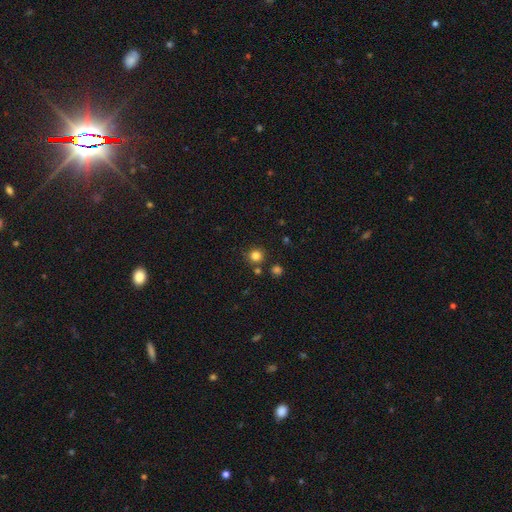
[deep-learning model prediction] This appears to be a smooth galaxy with no disk features (82%) that is round (93%). Merging: none (82%).